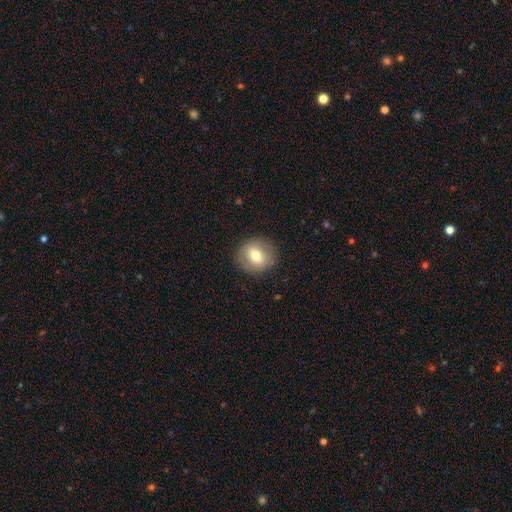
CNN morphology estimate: Smooth or featured: smooth — 71% (featured or disk — 21%)
How rounded: round — 81% (in between — 18%)
Merging: none — 87% (minor disturbance — 9%)